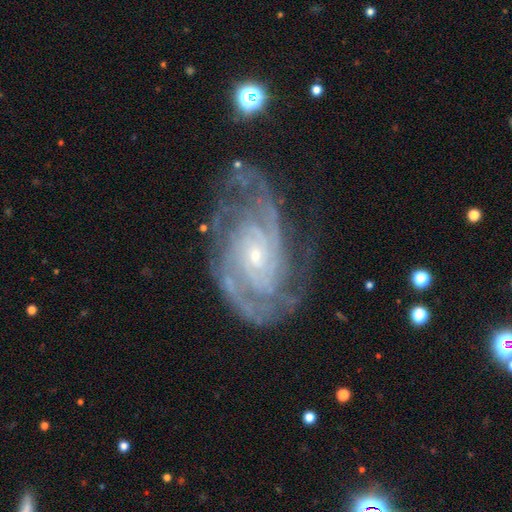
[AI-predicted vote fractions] Smooth or featured? Predicted: featured or disk (p=0.91). Edge-on disk? Predicted: no (p=0.97). Bar? Predicted: no (p=0.69). Spiral arms? Predicted: yes (p=0.98). Spiral winding? Predicted: tight (p=0.65). Spiral arm count? Predicted: 2 (p=0.35). Bulge size? Predicted: small (p=0.81). Merging? Predicted: none (p=0.70).